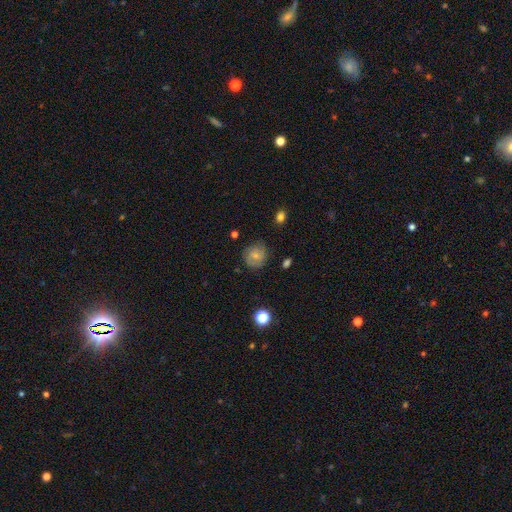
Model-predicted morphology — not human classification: Smooth or featured?
  - smooth: 62% *
  - featured or disk: 27%
  - star or artifact: 10%
How rounded?
  - round: 86% *
  - in between: 13%
  - cigar-shaped: 1%
Merging?
  - none: 76% *
  - minor disturbance: 17%
  - major disturbance: 5%
  - merger: 1%